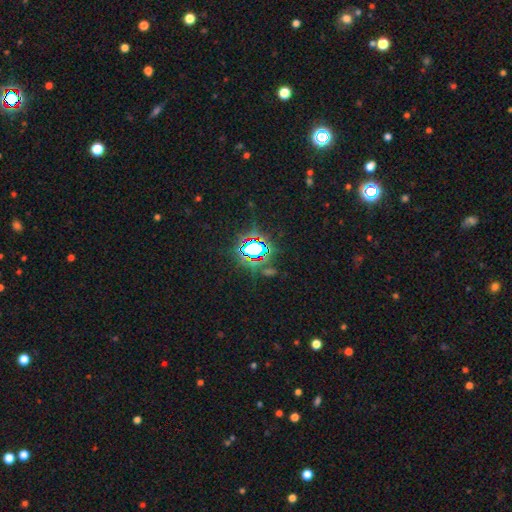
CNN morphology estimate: type=star or artifact (73%).